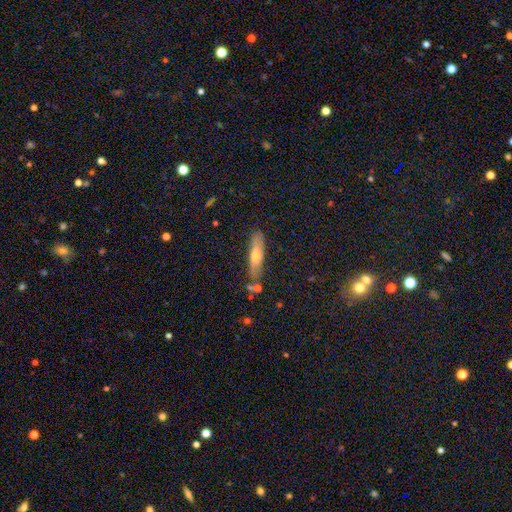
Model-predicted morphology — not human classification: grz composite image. It shows a smooth galaxy with no disk features (56%) that is cigar-shaped (73%). Merging: none (80%).